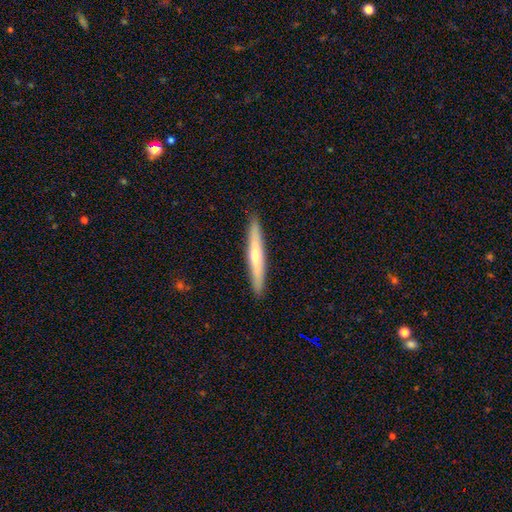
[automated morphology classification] A smooth galaxy with no disk features (47%, tied with featured or disk). Merging: none (92%).